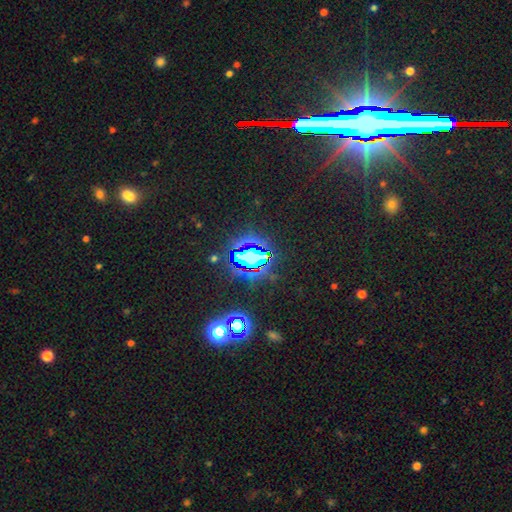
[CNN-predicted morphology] Overall: star or artifact (71%).